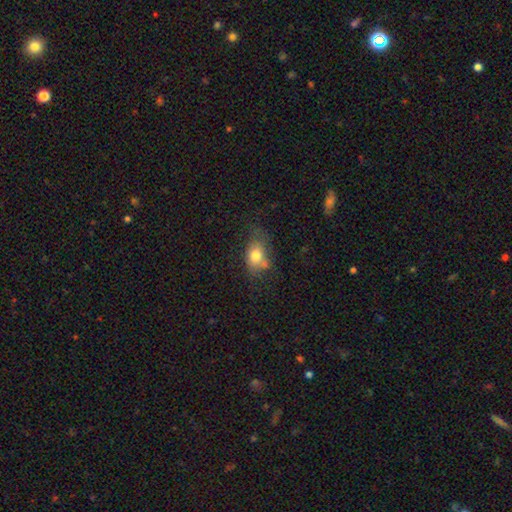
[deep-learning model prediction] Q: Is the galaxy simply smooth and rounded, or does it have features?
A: smooth — 76%.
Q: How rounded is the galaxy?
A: in between — 75%.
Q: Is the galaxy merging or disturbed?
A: none — 47%.